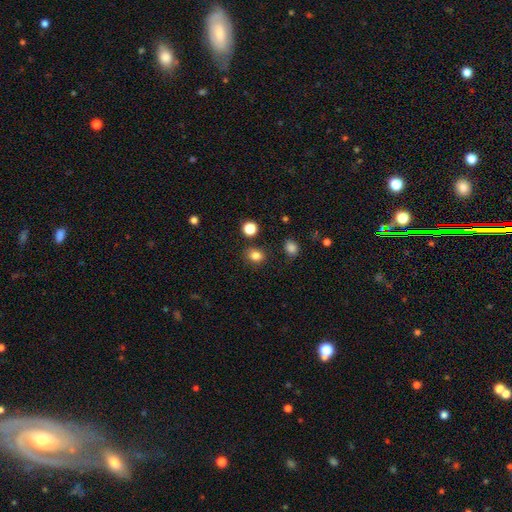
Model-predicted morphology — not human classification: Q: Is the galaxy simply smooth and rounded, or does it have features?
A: smooth — 82%.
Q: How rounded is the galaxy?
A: round — 64%.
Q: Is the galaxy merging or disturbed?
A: none — 83%.